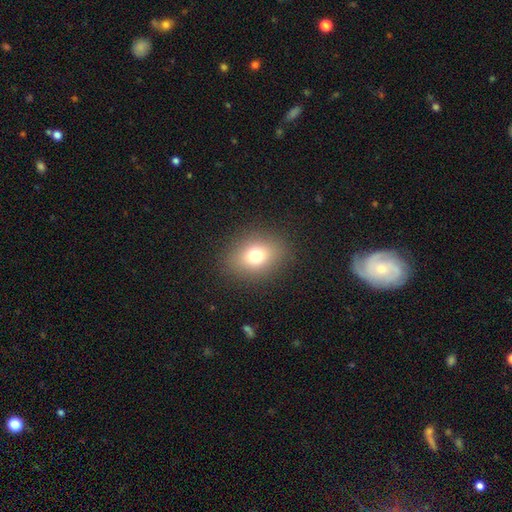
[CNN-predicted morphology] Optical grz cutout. It shows a smooth galaxy with no disk features (74%) that is in between round and cigar-shaped (57%). Merging: none (87%).